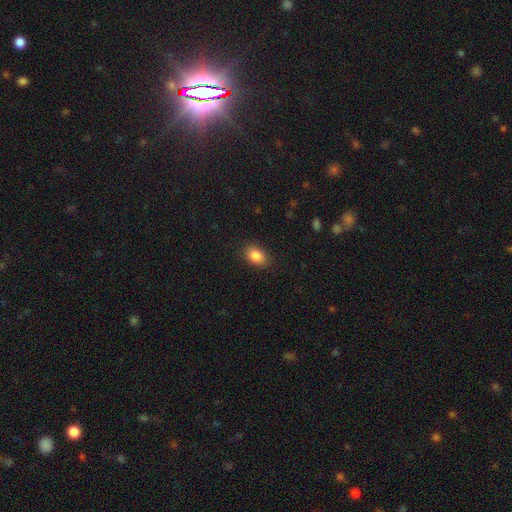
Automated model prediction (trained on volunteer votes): Smooth or featured? smooth (87%)
How rounded? in between (82%)
Merging? none (86%)